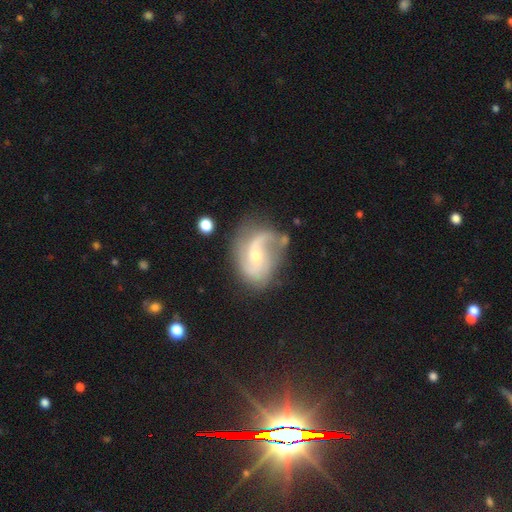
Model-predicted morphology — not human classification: Q: Smooth or featured?
A: featured or disk (80%); runner-up: smooth (13%)
Q: Edge-on disk?
A: no (97%); runner-up: yes (3%)
Q: Bar?
A: no (55%); runner-up: weak (35%)
Q: Spiral arms?
A: yes (93%); runner-up: no (7%)
Q: Spiral winding?
A: loose (51%); runner-up: medium (37%)
Q: Spiral arm count?
A: 2 (71%); runner-up: 1 (15%)
Q: Bulge size?
A: small (55%); runner-up: moderate (41%)
Q: Merging?
A: none (54%); runner-up: minor disturbance (24%)